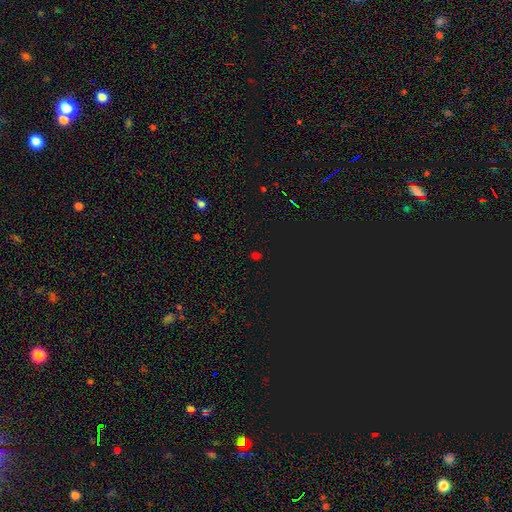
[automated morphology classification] Q: Smooth or featured?
A: star or artifact (51%); runner-up: smooth (44%)